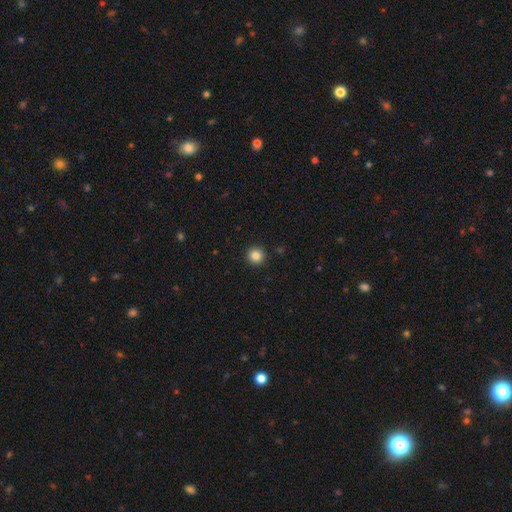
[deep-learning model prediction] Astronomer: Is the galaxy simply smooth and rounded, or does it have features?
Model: smooth — 85%.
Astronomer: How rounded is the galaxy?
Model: round — 95%.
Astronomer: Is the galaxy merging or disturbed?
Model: none — 93%.